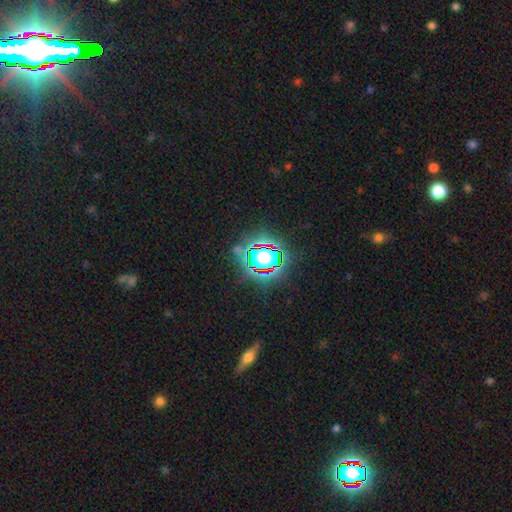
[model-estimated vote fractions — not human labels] Smooth or featured? Predicted: star or artifact (p=0.78).